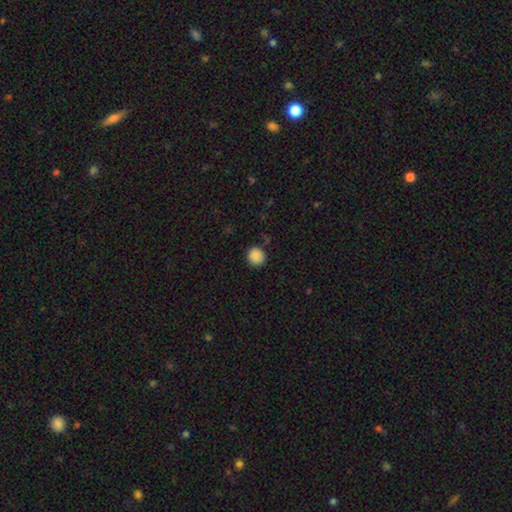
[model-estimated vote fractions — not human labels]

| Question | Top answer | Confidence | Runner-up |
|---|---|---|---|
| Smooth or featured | smooth | 88% | star or artifact (9%) |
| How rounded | round | 91% | in between (8%) |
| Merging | none | 86% | minor disturbance (9%) |